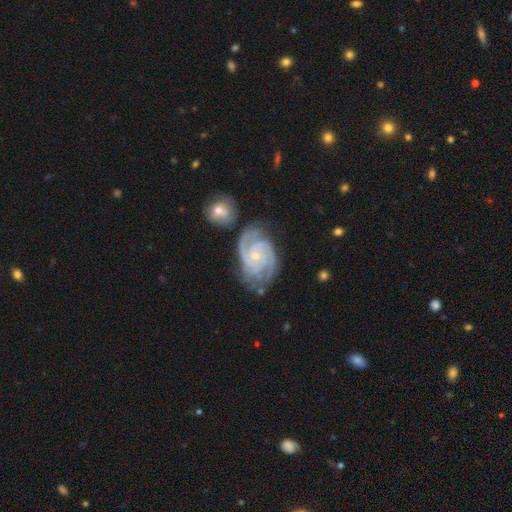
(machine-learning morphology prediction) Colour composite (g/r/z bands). It shows a featured or disk galaxy (91%) with no bar (68%), 3 (36%) tight (63%) spiral arms (98%) and a small central bulge (79%). Merging: none (60%).